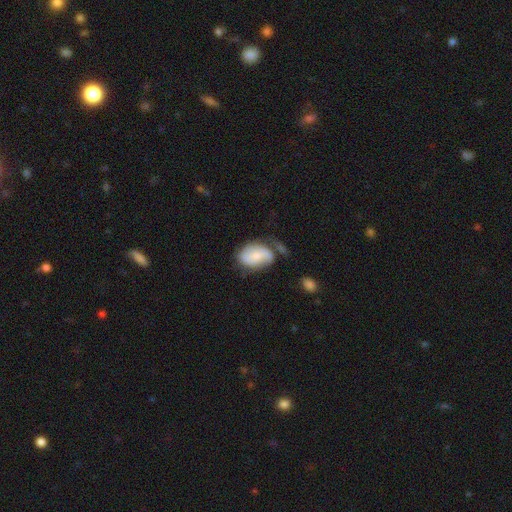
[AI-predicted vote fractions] This appears to be a smooth galaxy with no disk features (51%) that is in between round and cigar-shaped (85%). Merging: none (46%).